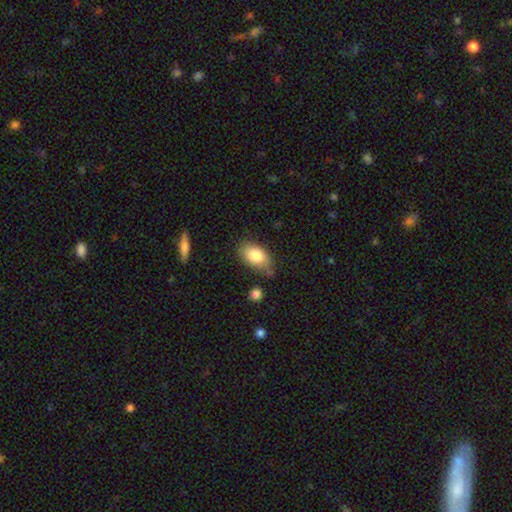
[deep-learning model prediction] Smooth or featured: smooth — 82% (featured or disk — 11%)
How rounded: in between — 92% (round — 6%)
Merging: none — 72% (minor disturbance — 19%)